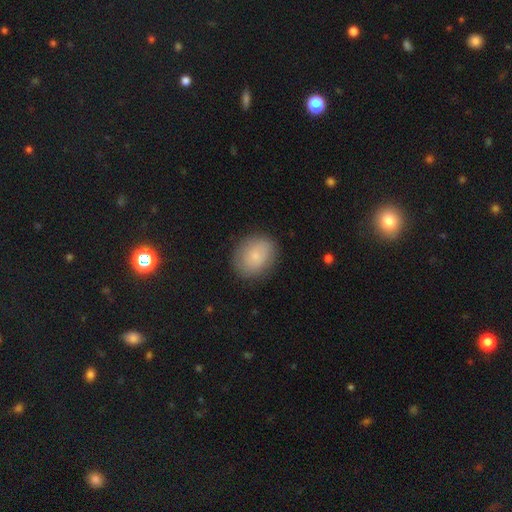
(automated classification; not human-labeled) smooth-or-featured: smooth: 72% | featured or disk: 20% | star or artifact: 8%
  how-rounded: round: 53% | in between: 46% | cigar-shaped: 1%
  merging: none: 84% | minor disturbance: 12% | major disturbance: 3% | merger: 1%